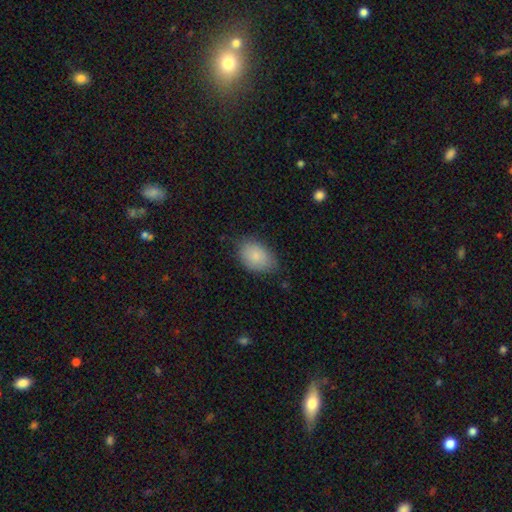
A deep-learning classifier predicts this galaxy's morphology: This is clearly a smooth galaxy (83%). How rounded: clearly in between (85%). Merging: likely none (73%).